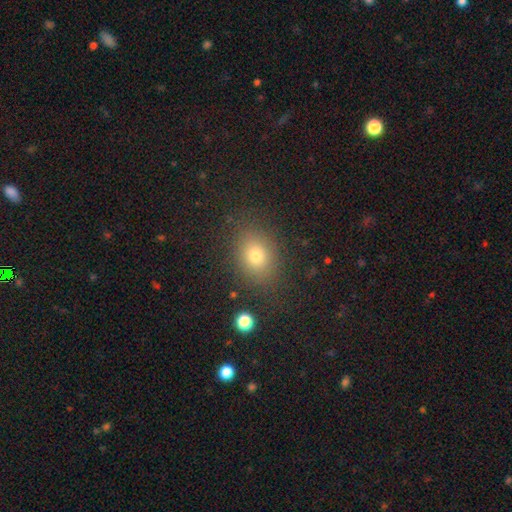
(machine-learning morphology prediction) Overall: smooth (75%). How rounded: in between (59%; round 40%). Merging: none (83%).